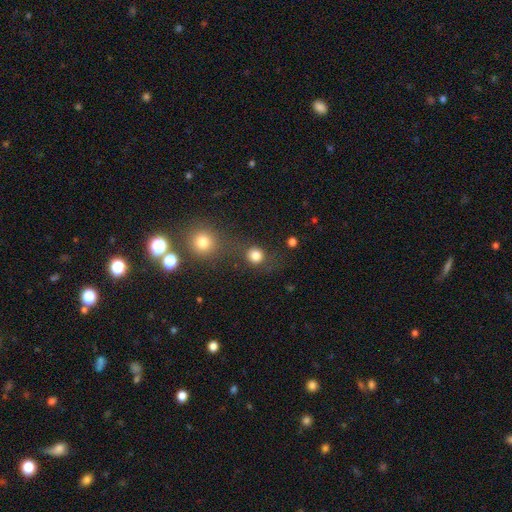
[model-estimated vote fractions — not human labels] This is clearly a smooth galaxy (82%). How rounded: clearly round (87%). Merging: likely none (72%).